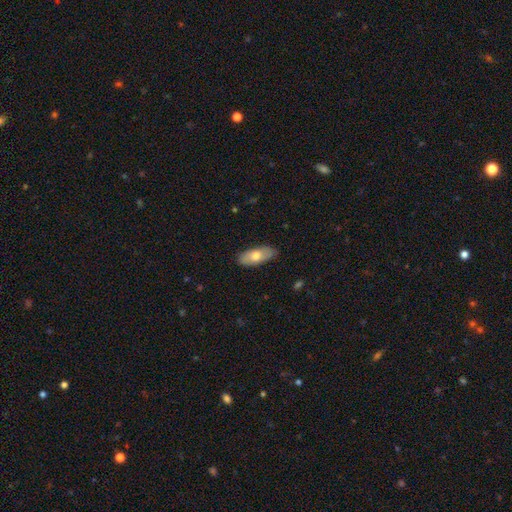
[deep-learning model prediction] The model was most divided on "smooth or featured": smooth: 66%, featured or disk: 28%, star or artifact: 6%. More confident: merging — none (85%); how rounded — in between (84%).